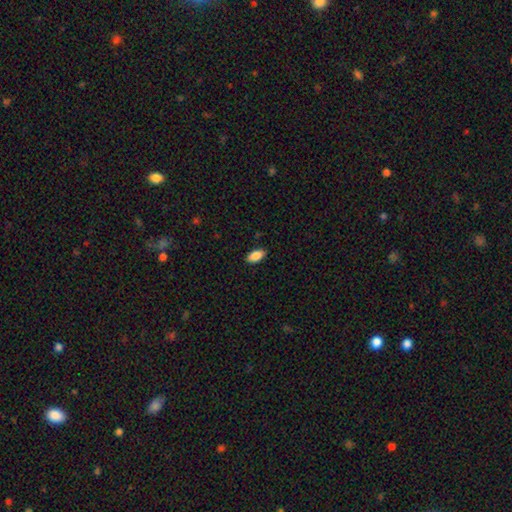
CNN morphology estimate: The model was most divided on "merging": none: 88%, minor disturbance: 9%, major disturbance: 2%, merger: 1%. More confident: how rounded — in between (92%); smooth or featured — smooth (87%).